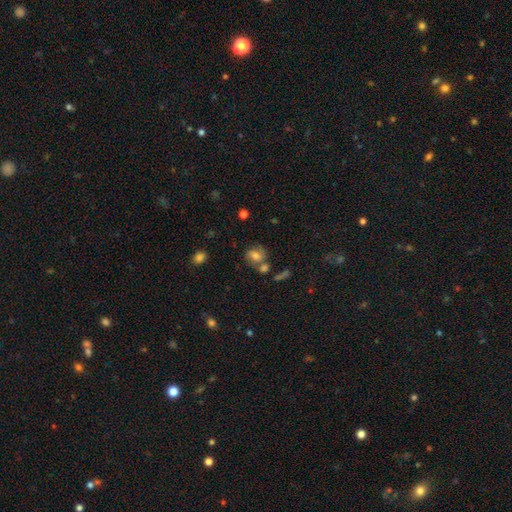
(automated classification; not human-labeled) smooth 51%, featured or disk 37%, star or artifact 12%. Down the decision tree: how rounded — round (51%); merging — none (52%).